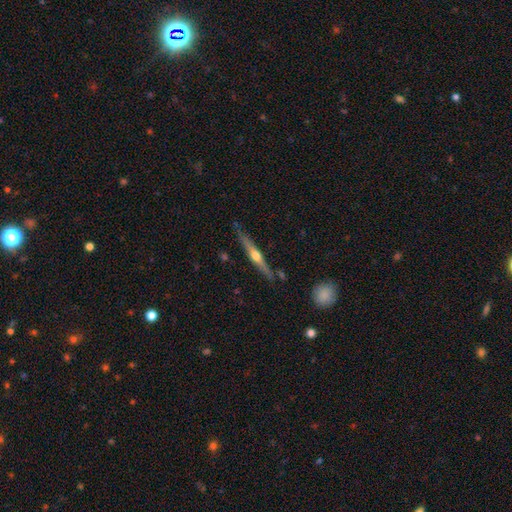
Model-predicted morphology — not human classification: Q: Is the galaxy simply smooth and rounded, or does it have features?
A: featured or disk — 72%.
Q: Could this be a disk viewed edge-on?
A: yes — 98%.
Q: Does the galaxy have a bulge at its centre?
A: rounded — 92%.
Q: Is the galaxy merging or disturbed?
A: none — 82%.